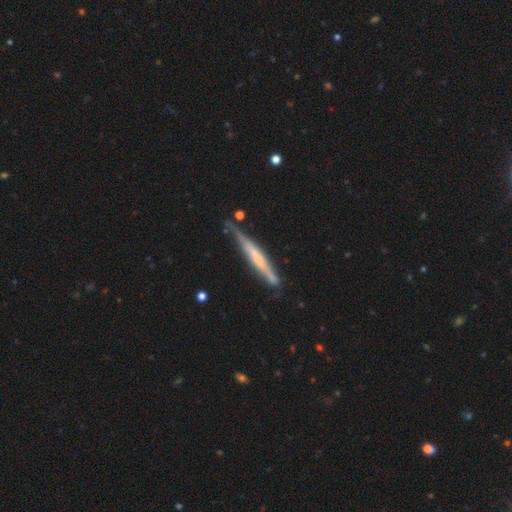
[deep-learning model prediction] Smooth or featured: featured or disk — 56% (smooth — 37%)
Edge-on disk: yes — 93% (no — 7%)
Edge-on bulge: none — 59% (rounded — 25%)
Merging: none — 73% (minor disturbance — 20%)